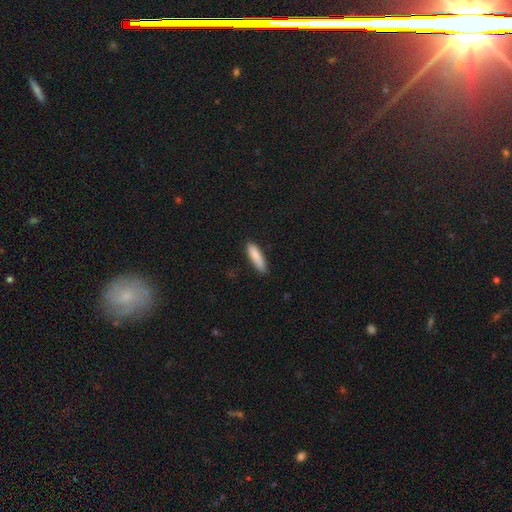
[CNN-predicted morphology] This is clearly a smooth galaxy (86%). How rounded: likely cigar-shaped (69%). Merging: clearly none (82%).